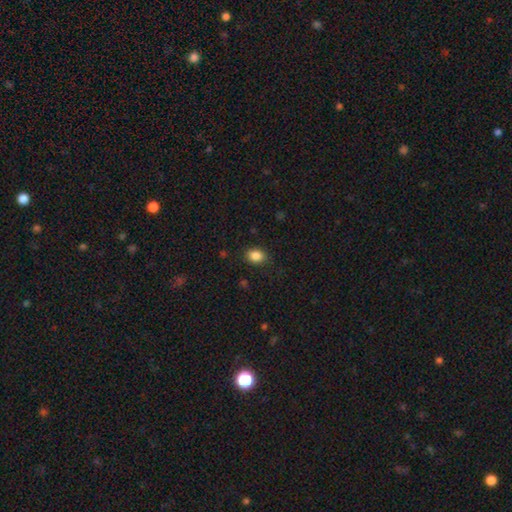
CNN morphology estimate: Smooth or featured? smooth (86%)
How rounded? in between (67%)
Merging? none (85%)